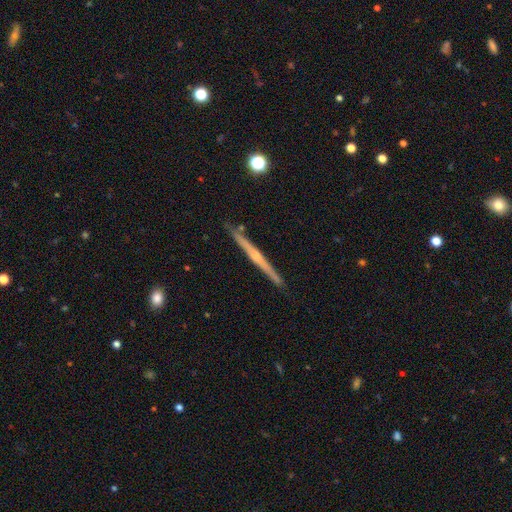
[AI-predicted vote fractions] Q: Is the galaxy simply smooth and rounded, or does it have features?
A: featured or disk — 74%.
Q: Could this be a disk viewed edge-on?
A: yes — 98%.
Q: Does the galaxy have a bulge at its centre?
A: rounded — 58%.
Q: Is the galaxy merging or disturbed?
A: none — 90%.